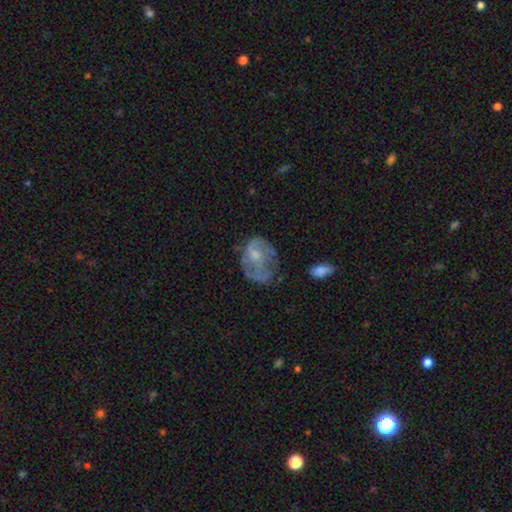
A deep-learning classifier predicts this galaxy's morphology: featured or disk 60%, smooth 32%, star or artifact 8%. Down the decision tree: edge-on disk — no (97%); bar — no (66%); spiral arms — yes (56%); bulge size — moderate (44%); merging — none (42%).